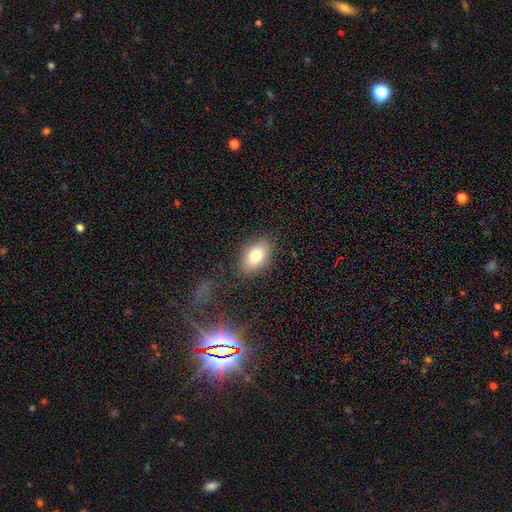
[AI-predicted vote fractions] smooth 77%, featured or disk 14%, star or artifact 9%. Down the decision tree: how rounded — in between (86%); merging — none (84%).